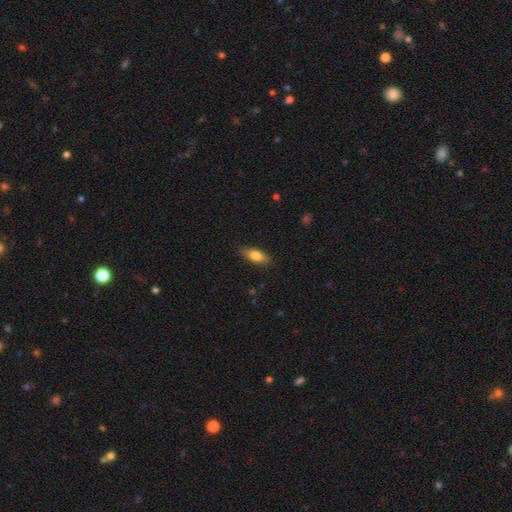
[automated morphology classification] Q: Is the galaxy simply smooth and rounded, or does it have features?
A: smooth — 78%.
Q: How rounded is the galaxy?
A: in between — 69%.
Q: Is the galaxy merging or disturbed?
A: none — 84%.